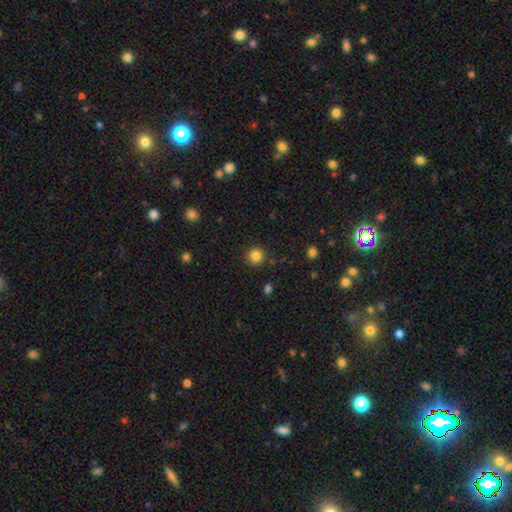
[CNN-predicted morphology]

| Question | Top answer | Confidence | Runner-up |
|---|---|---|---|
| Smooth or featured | smooth | 84% | star or artifact (11%) |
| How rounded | round | 94% | in between (6%) |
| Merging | none | 89% | minor disturbance (7%) |